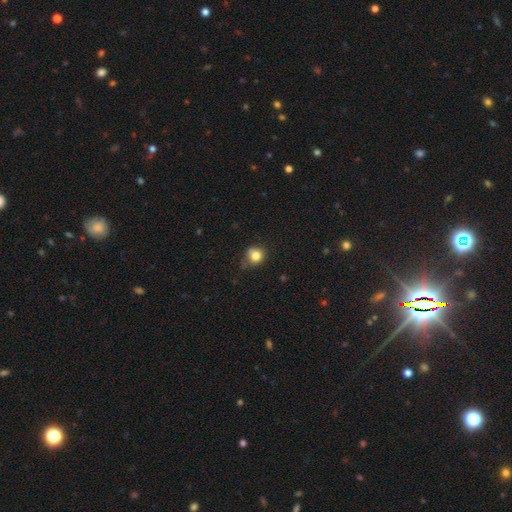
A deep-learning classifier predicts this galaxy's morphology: This appears to be a smooth galaxy with no disk features (79%) that is round (79%). Merging: none (54%).